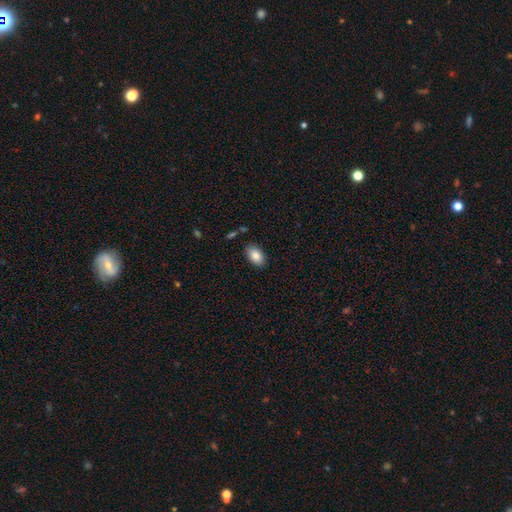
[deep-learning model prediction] Overall: smooth (86%). How rounded: in between (92%). Merging: none (85%).